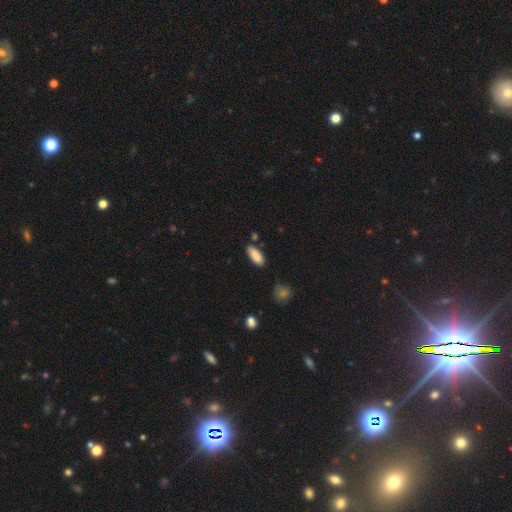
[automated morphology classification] Smooth or featured? Predicted: smooth (p=0.89). How rounded? Predicted: in between (p=0.78). Merging? Predicted: none (p=0.81).